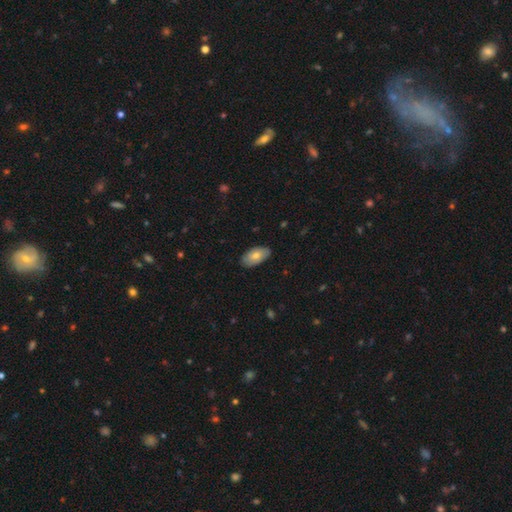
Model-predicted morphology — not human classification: type=smooth (72%); roundness=in between (95%); merging=none (84%).